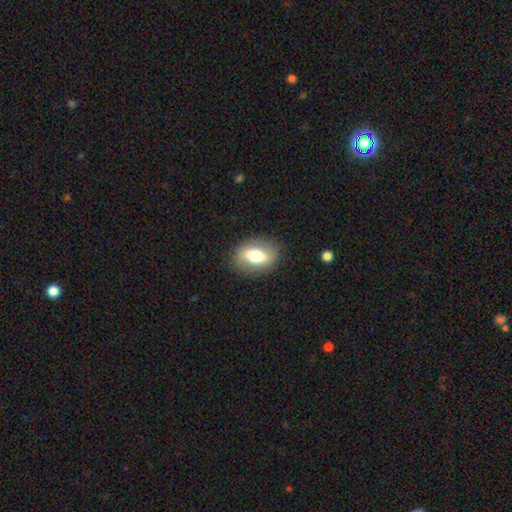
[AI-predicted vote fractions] This is possibly a smooth galaxy (54%). How rounded: likely in between (75%). Merging: clearly none (84%).